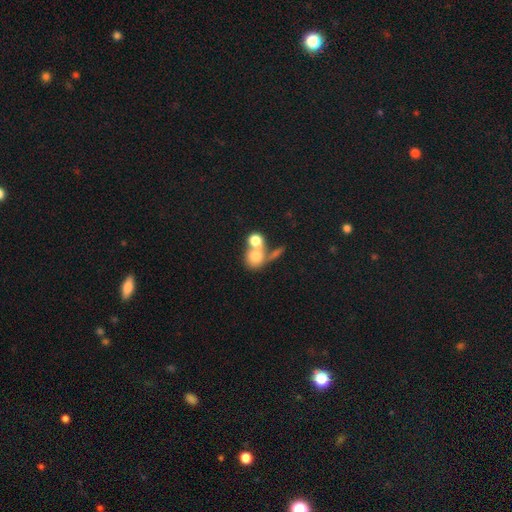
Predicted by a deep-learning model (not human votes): Q: Smooth or featured?
A: smooth (71%); runner-up: featured or disk (20%)
Q: How rounded?
A: round (65%); runner-up: in between (33%)
Q: Merging?
A: merger (67%); runner-up: none (20%)